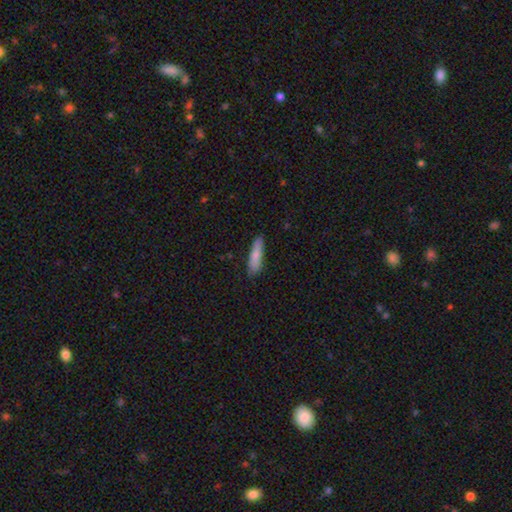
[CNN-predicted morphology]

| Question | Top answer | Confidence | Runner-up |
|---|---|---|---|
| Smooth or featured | smooth | 78% | featured or disk (16%) |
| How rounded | cigar-shaped | 70% | in between (29%) |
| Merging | none | 82% | minor disturbance (15%) |